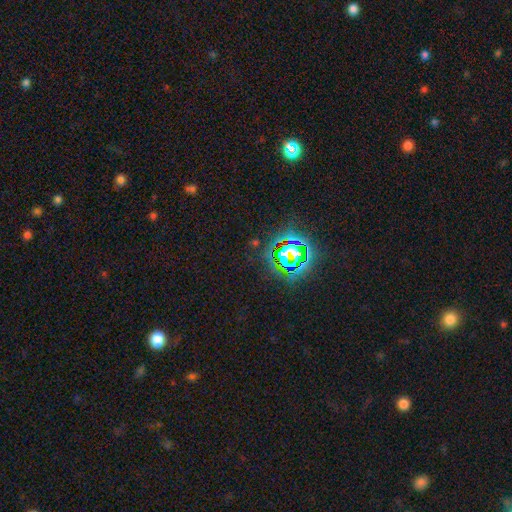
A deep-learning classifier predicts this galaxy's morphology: This appears to be a star or artifact, not a galaxy (80%).